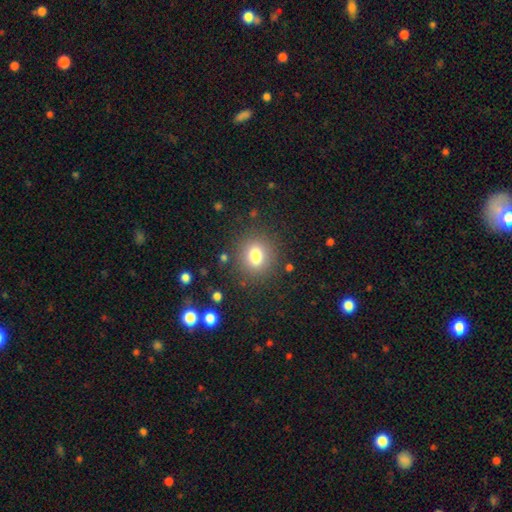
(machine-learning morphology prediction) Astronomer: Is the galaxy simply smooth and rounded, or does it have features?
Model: smooth — 79%.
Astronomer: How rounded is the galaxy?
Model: round — 72%.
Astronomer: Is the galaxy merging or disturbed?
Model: none — 84%.